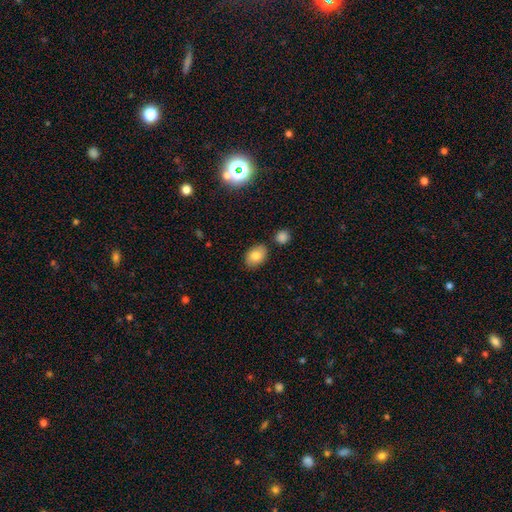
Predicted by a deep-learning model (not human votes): Smooth or featured? smooth (81%)
How rounded? in between (83%)
Merging? none (81%)